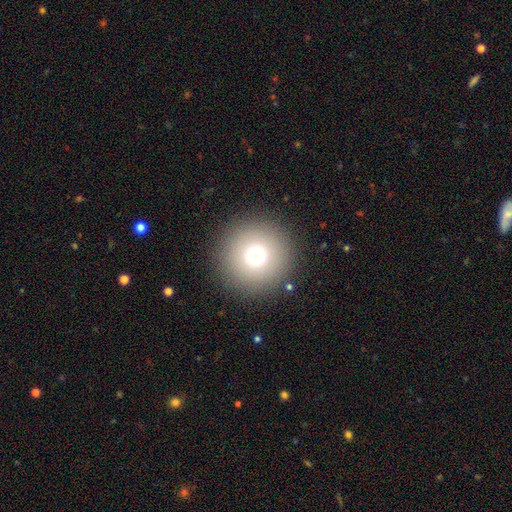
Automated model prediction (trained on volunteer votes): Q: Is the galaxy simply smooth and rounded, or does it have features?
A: smooth — 73%.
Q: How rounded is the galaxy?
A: round — 97%.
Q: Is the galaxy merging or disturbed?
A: none — 91%.